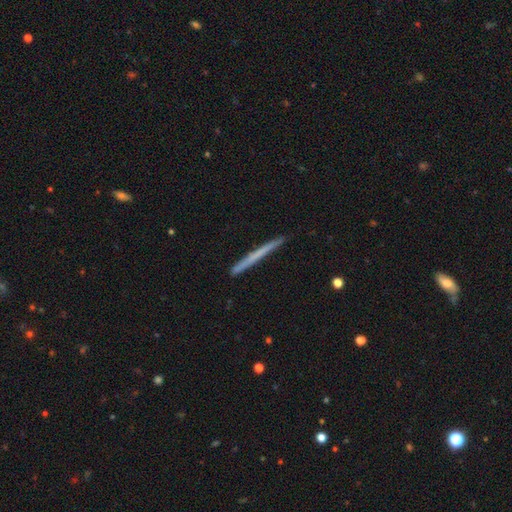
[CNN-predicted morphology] type=smooth (51%); roundness=cigar-shaped (97%); merging=none (92%).